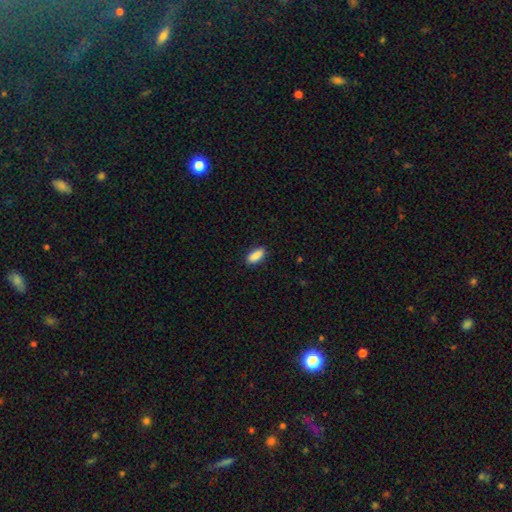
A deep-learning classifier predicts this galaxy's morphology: The model was most divided on "how rounded": in between: 82%, cigar-shaped: 16%, round: 2%. More confident: smooth or featured — smooth (89%); merging — none (87%).